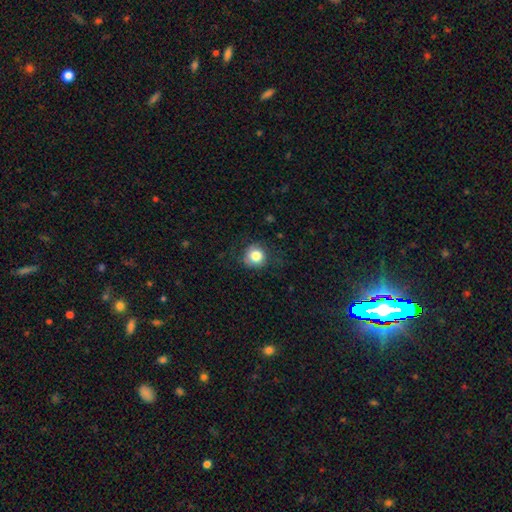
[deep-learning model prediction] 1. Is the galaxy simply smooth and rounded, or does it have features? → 83% smooth, 10% star or artifact, 8% featured or disk.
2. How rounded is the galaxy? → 89% round, 10% in between, 1% cigar-shaped.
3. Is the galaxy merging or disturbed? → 75% none, 17% minor disturbance, 7% major disturbance, 1% merger.